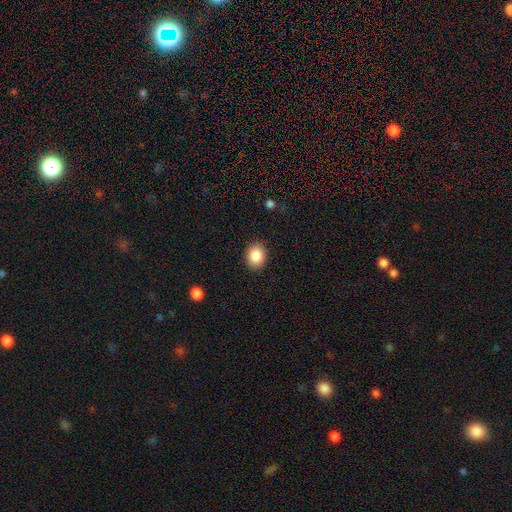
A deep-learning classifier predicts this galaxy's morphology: The model was most divided on "how rounded": in between: 51%, round: 48%, cigar-shaped: 1%. More confident: merging — none (87%); smooth or featured — smooth (87%).